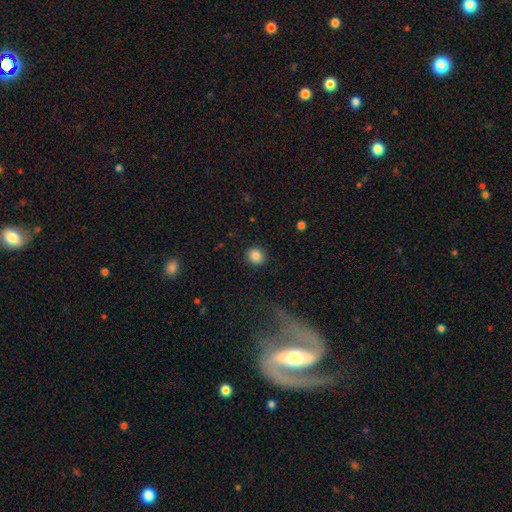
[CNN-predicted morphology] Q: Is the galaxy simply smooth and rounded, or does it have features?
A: smooth — 86%.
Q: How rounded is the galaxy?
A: round — 89%.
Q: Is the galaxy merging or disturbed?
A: none — 91%.